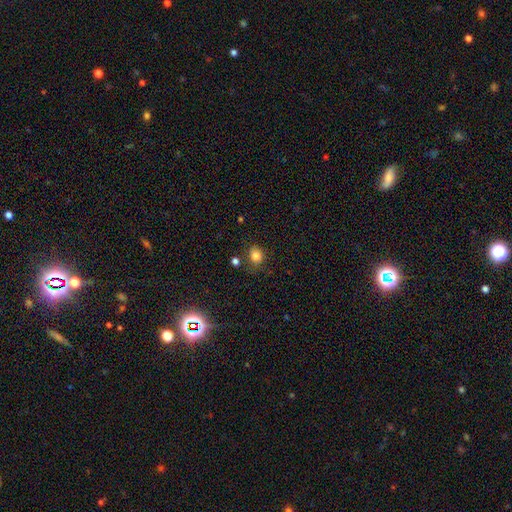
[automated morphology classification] A smooth galaxy with no disk features (81%) that is round (67%).

Vote fractions:
- Smooth or featured? smooth: 81% / star or artifact: 13% / featured or disk: 6%
- How rounded? round: 67% / in between: 32% / cigar-shaped: 1%
- Merging? none: 75% / minor disturbance: 16% / merger: 5% / major disturbance: 5%